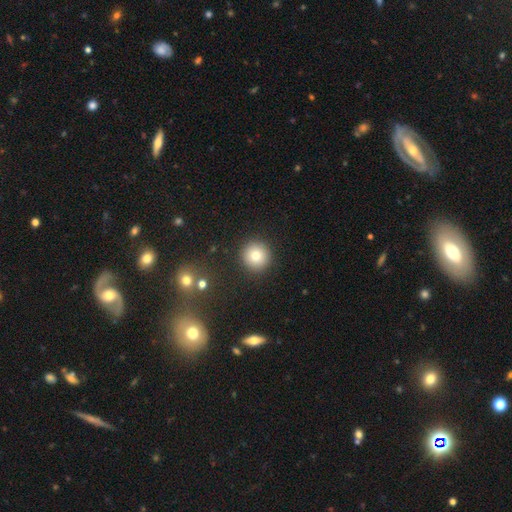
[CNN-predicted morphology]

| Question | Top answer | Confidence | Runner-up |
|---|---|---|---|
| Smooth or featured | smooth | 78% | star or artifact (12%) |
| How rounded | round | 94% | in between (5%) |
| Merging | none | 91% | minor disturbance (5%) |